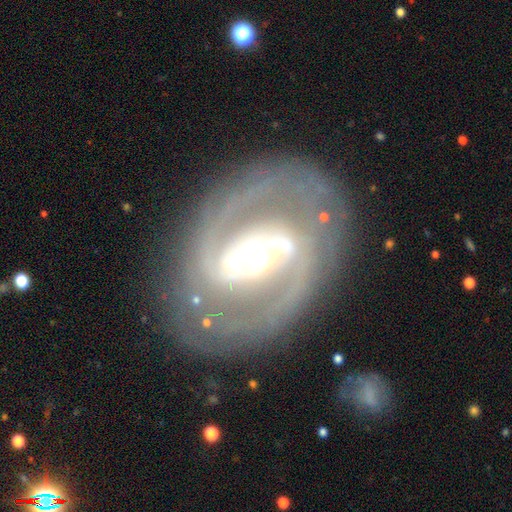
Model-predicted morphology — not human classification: A featured or disk galaxy (89%) with a strong bar (57%), 2 (90%) medium (49%) spiral arms (95%) and a moderate central bulge (58%).

Vote fractions:
- Smooth or featured? featured or disk: 89% / smooth: 5% / star or artifact: 5%
- Edge-on disk? no: 97% / yes: 3%
- Bar? strong: 57% / weak: 31% / no: 12%
- Spiral arms? yes: 95% / no: 5%
- Spiral winding? medium: 49% / tight: 36% / loose: 15%
- Spiral arm count? 2: 90% / can't tell: 4% / 3: 2% / 1: 2% / 4: 1% / more than 4: 1%
- Bulge size? moderate: 58% / large: 23% / small: 15% / dominant: 3% / none: 1%
- Merging? none: 81% / minor disturbance: 12% / major disturbance: 5% / merger: 2%